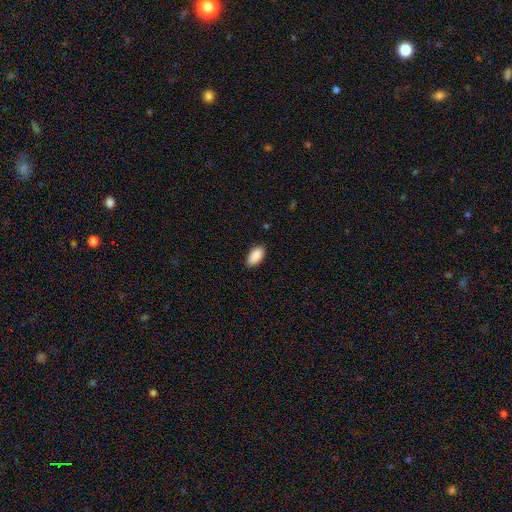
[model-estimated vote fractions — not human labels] smooth 90%, star or artifact 6%, featured or disk 4%. Down the decision tree: how rounded — in between (94%); merging — none (86%).